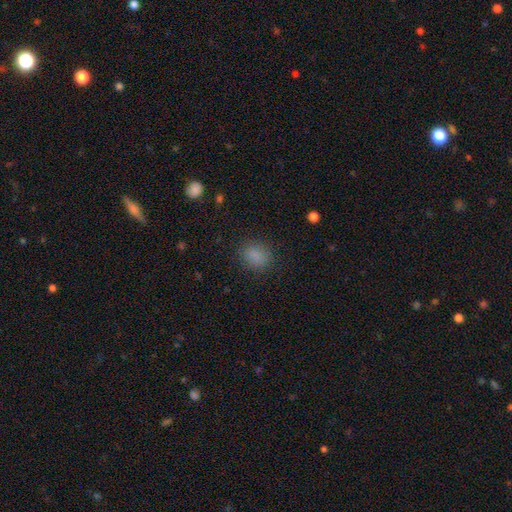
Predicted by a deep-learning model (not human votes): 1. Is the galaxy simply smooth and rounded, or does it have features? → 84% smooth, 12% star or artifact, 4% featured or disk.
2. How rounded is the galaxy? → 53% round, 46% in between, 1% cigar-shaped.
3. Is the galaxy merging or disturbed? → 85% none, 11% minor disturbance, 4% major disturbance, 1% merger.